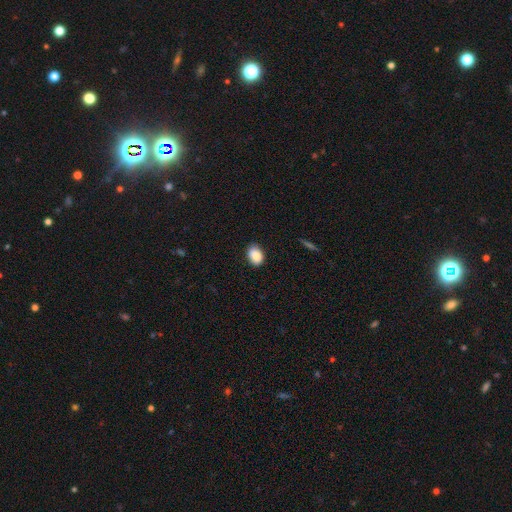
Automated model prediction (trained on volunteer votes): Smooth or featured? smooth (88%)
How rounded? in between (80%)
Merging? none (85%)